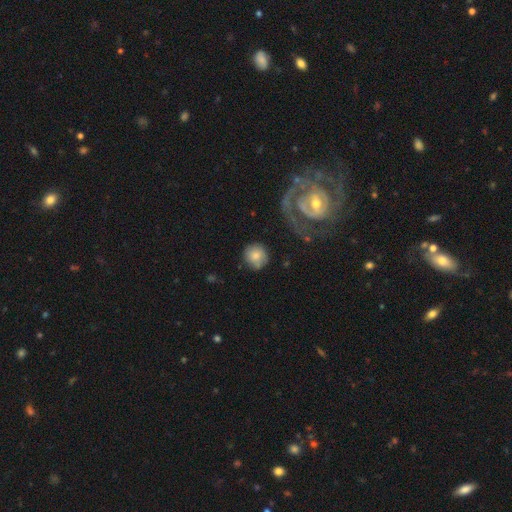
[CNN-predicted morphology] A smooth galaxy with no disk features (71%) that is round (92%).

Vote fractions:
- Smooth or featured? smooth: 71% / featured or disk: 21% / star or artifact: 8%
- How rounded? round: 92% / in between: 7% / cigar-shaped: 1%
- Merging? none: 75% / minor disturbance: 13% / major disturbance: 7% / merger: 5%